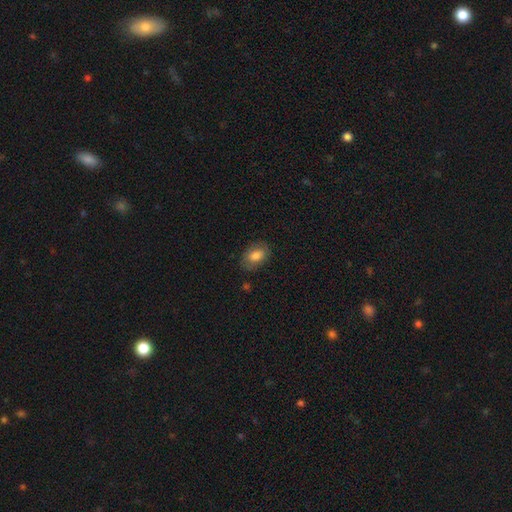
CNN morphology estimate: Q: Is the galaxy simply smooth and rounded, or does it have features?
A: smooth — 78%.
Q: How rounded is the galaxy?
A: in between — 85%.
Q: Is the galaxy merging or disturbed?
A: none — 79%.